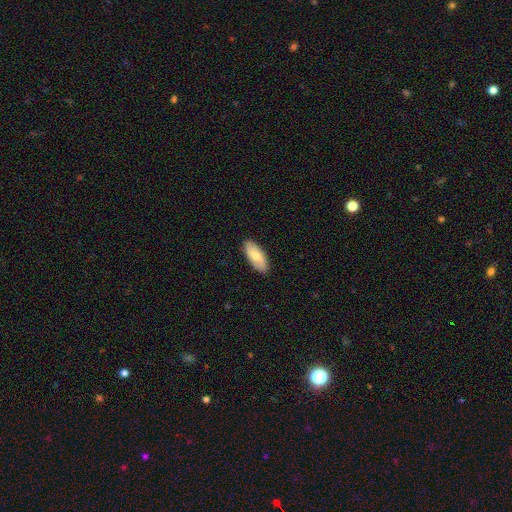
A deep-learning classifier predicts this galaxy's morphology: Smooth or featured? Predicted: smooth (p=0.67). How rounded? Predicted: in between (p=0.85). Merging? Predicted: none (p=0.89).